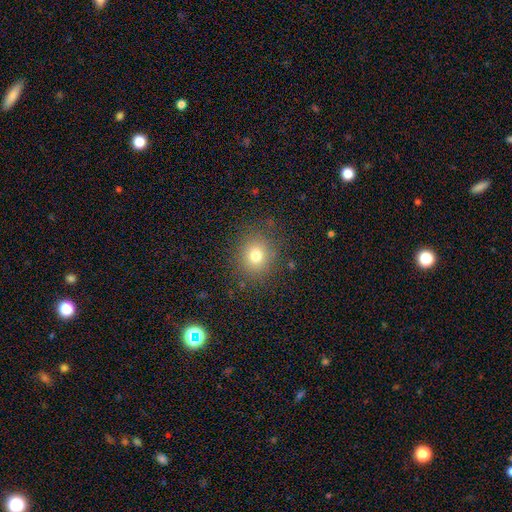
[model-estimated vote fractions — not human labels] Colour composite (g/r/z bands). It shows a smooth galaxy with no disk features (75%) that is round (85%). Merging: none (86%).